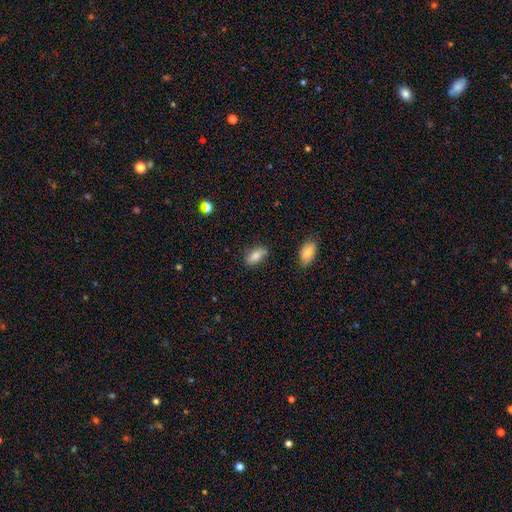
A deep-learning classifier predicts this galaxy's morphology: A smooth galaxy with no disk features (80%) that is in between round and cigar-shaped (85%).

Vote fractions:
- Smooth or featured? smooth: 80% / featured or disk: 12% / star or artifact: 8%
- How rounded? in between: 85% / cigar-shaped: 11% / round: 4%
- Merging? none: 76% / minor disturbance: 17% / major disturbance: 4% / merger: 3%